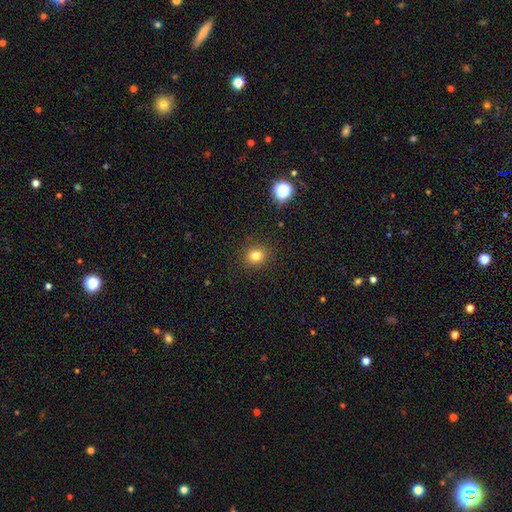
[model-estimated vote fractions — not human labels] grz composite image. It shows a smooth galaxy with no disk features (80%) that is round (77%). Merging: none (89%).